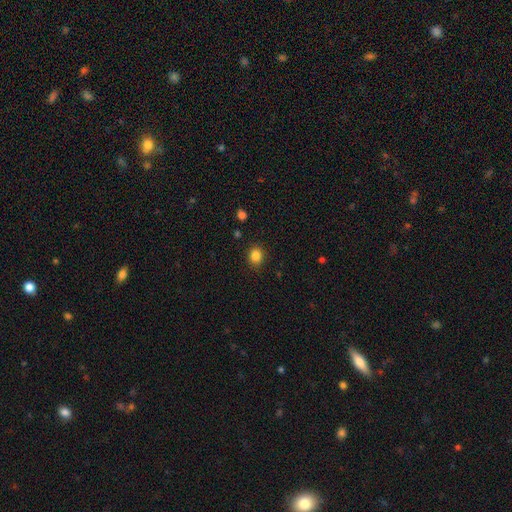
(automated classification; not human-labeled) A smooth galaxy with no disk features (85%) that is round (69%). Merging: none (89%).